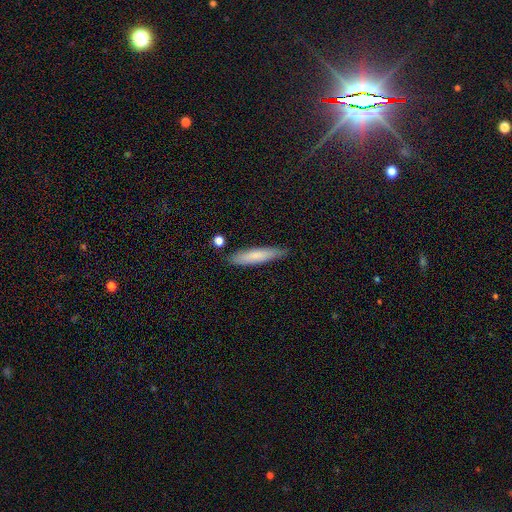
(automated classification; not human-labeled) smooth_or_featured: smooth (p=0.74) [alt: featured or disk p=0.20]
how_rounded: cigar-shaped (p=0.85) [alt: in between p=0.14]
merging: none (p=0.82) [alt: minor disturbance p=0.13]